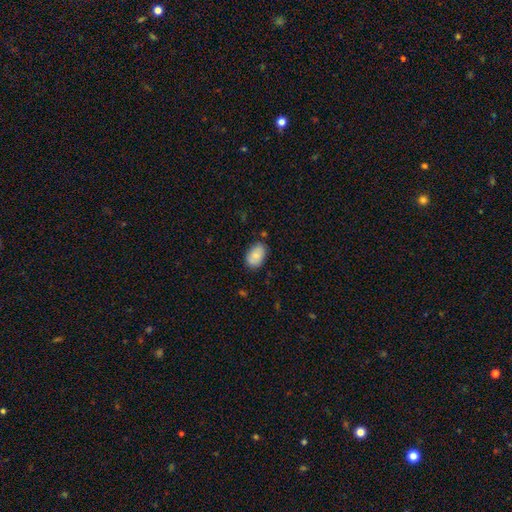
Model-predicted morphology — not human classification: smooth-or-featured: smooth: 83% | featured or disk: 10% | star or artifact: 7%
  how-rounded: in between: 89% | round: 9% | cigar-shaped: 1%
  merging: none: 79% | minor disturbance: 16% | major disturbance: 3% | merger: 2%